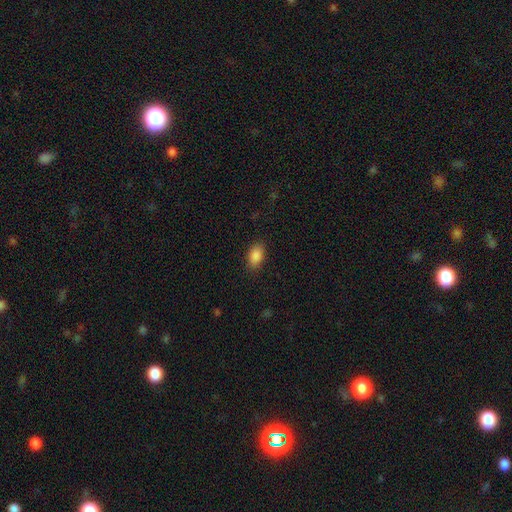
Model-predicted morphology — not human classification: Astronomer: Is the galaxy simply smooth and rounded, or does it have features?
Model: smooth — 88%.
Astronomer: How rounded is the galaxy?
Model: in between — 90%.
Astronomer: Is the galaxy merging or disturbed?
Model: none — 87%.